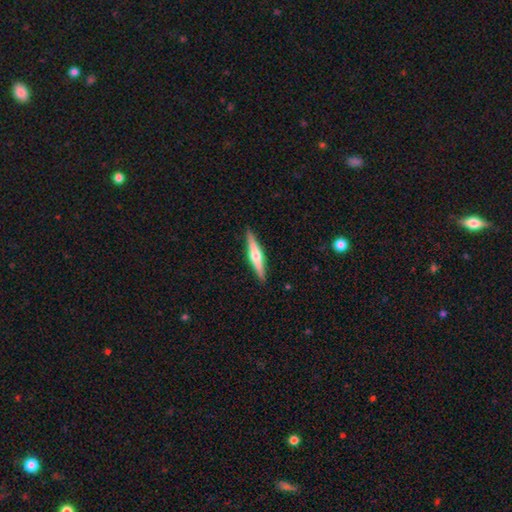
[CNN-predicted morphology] Smooth or featured?
  - featured or disk: 63% *
  - smooth: 32%
  - star or artifact: 5%
Edge-on disk?
  - yes: 97% *
  - no: 3%
Edge-on bulge?
  - rounded: 91% *
  - boxy: 4%
  - none: 4%
Merging?
  - none: 91% *
  - minor disturbance: 7%
  - major disturbance: 1%
  - merger: 1%